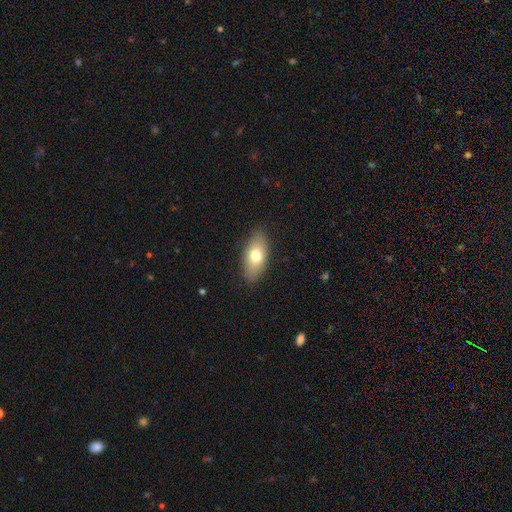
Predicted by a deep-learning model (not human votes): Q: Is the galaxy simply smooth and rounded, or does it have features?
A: smooth — 71%.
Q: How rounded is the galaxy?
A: in between — 86%.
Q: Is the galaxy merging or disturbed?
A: none — 86%.